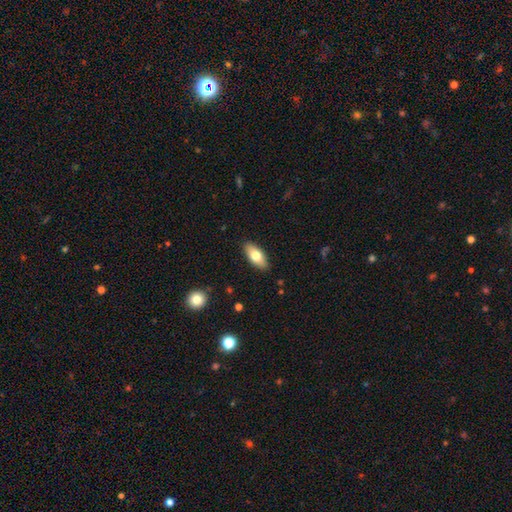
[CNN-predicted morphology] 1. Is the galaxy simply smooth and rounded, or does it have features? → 72% smooth, 22% featured or disk, 6% star or artifact.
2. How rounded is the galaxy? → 85% in between, 12% cigar-shaped, 3% round.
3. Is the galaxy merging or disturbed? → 88% none, 9% minor disturbance, 2% major disturbance, 1% merger.